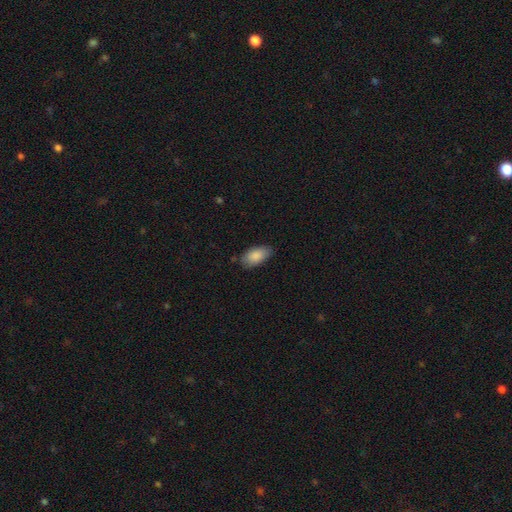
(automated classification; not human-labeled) The model was most divided on "merging": none: 78%, minor disturbance: 18%, major disturbance: 3%, merger: 1%. More confident: how rounded — in between (93%); smooth or featured — smooth (88%).